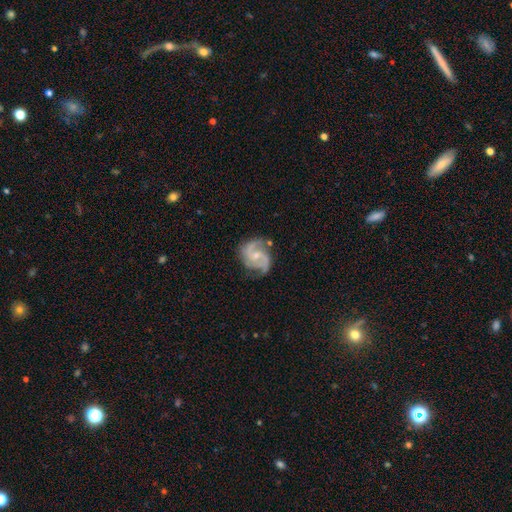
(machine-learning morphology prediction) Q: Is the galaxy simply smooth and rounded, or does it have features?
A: featured or disk — 87%.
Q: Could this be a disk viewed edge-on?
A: no — 98%.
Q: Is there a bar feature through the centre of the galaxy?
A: no — 52%.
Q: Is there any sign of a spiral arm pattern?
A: yes — 97%.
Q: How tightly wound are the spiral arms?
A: medium — 54%.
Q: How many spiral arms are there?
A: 2 — 75%.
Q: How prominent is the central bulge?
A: small — 55%.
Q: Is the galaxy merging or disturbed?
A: none — 66%.